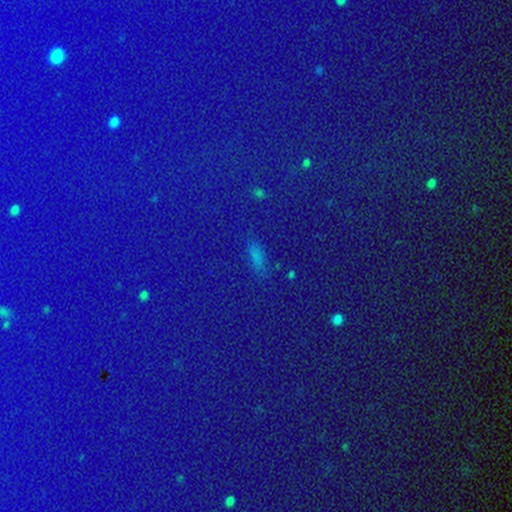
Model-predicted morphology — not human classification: Smooth or featured? Predicted: star or artifact (p=0.61).